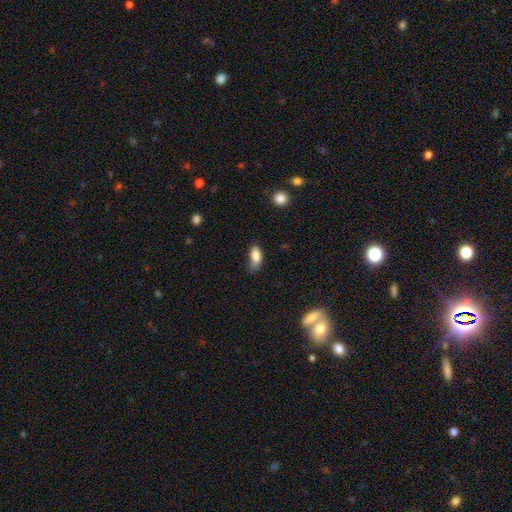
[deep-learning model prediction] Smooth or featured? smooth (85%)
How rounded? in between (86%)
Merging? none (53%)